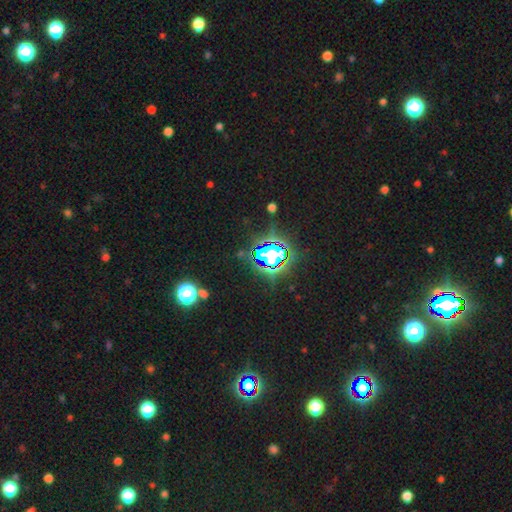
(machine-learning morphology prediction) This is clearly a star or artifact rather than a galaxy (84%).